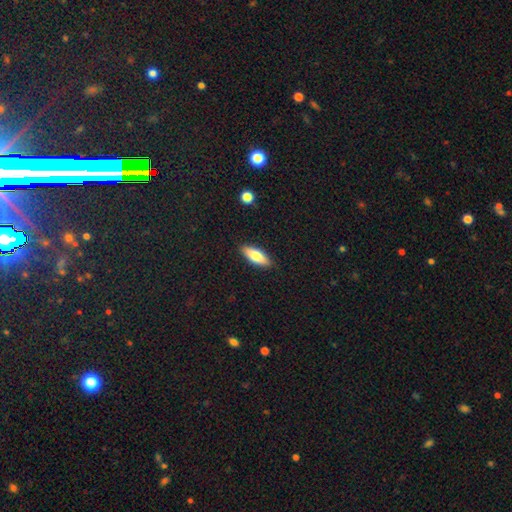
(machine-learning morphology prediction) A smooth galaxy with no disk features (74%) that is in between round and cigar-shaped (65%). Merging: none (89%).